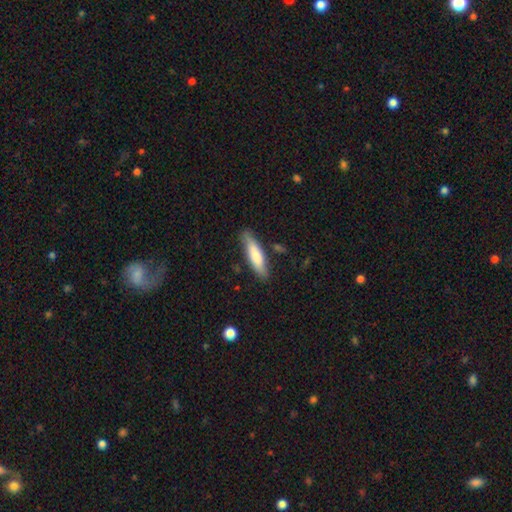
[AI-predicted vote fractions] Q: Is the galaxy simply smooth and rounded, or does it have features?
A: smooth — 74%.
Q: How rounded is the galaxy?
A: cigar-shaped — 69%.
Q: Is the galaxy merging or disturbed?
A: none — 80%.